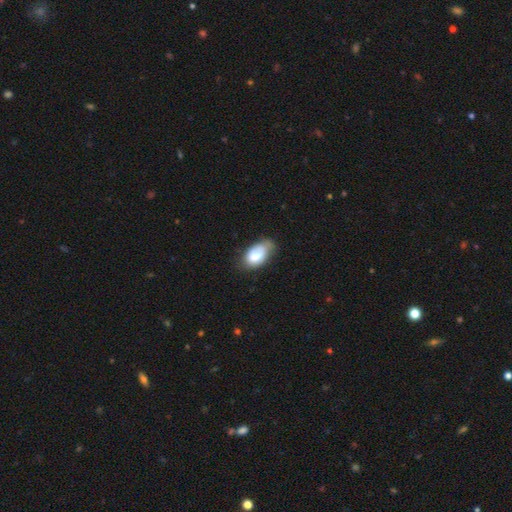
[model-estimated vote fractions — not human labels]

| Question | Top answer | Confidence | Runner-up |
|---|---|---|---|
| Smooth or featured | smooth | 73% | featured or disk (20%) |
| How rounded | in between | 93% | round (5%) |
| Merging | none | 48% | minor disturbance (37%) |